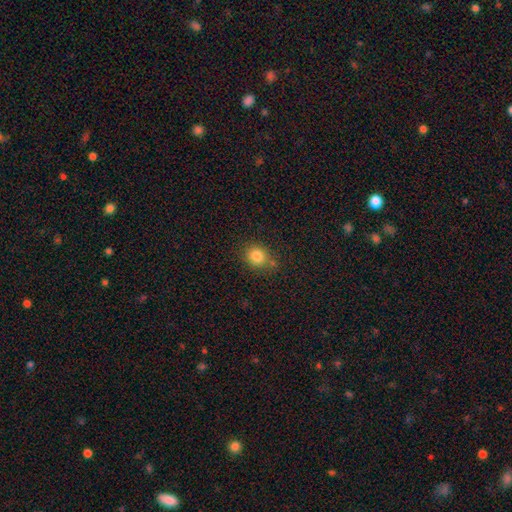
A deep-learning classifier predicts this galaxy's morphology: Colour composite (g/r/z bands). It shows a smooth galaxy with no disk features (83%) that is round (75%). Merging: none (72%).